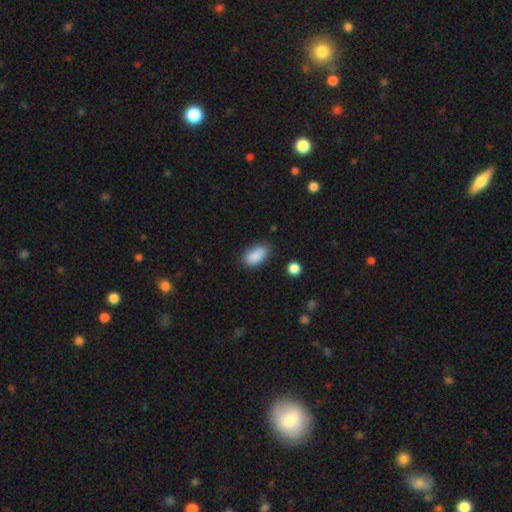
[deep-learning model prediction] A smooth galaxy with no disk features (88%) that is in between round and cigar-shaped (92%). Merging: none (79%).